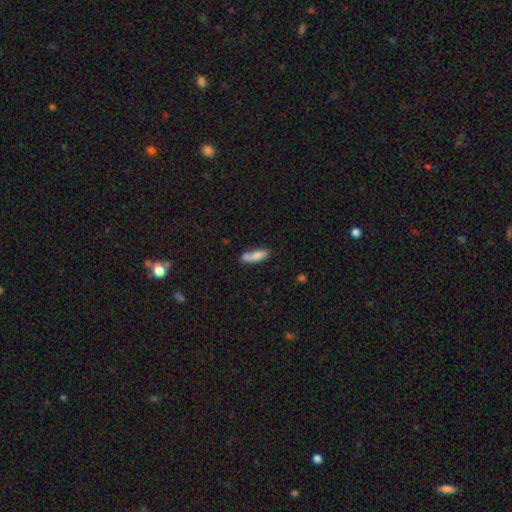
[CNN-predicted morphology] The model was most divided on "how rounded": in between: 50%, cigar-shaped: 48%, round: 2%. More confident: smooth or featured — smooth (77%); merging — none (53%).